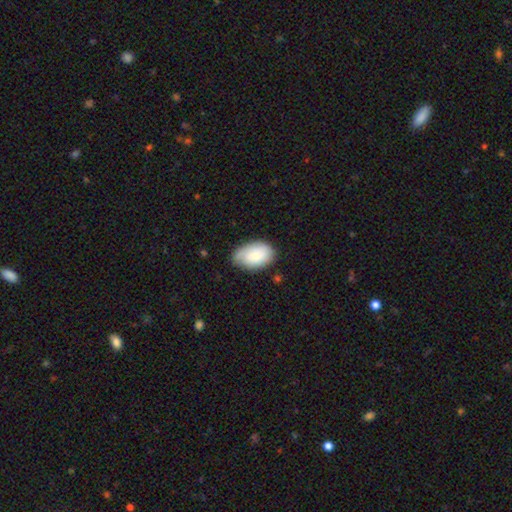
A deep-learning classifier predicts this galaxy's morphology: Smooth or featured: smooth — 68% (featured or disk — 25%)
How rounded: in between — 89% (round — 9%)
Merging: none — 64% (minor disturbance — 28%)